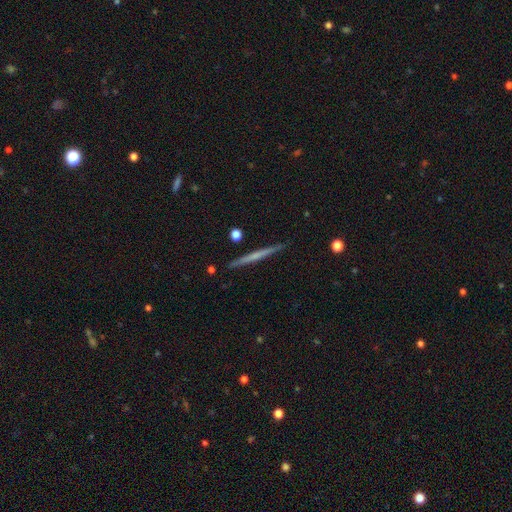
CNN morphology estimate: Overall: featured or disk (53%; smooth 41%). Edge-on disk: yes (98%). Edge-on bulge: none (80%). Merging: none (91%).